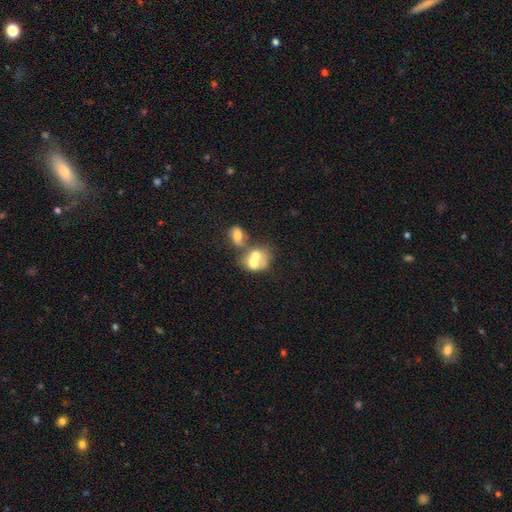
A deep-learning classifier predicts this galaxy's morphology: Smooth or featured? Predicted: smooth (p=0.58). How rounded? Predicted: round (p=0.52). Merging? Predicted: merger (p=0.71).